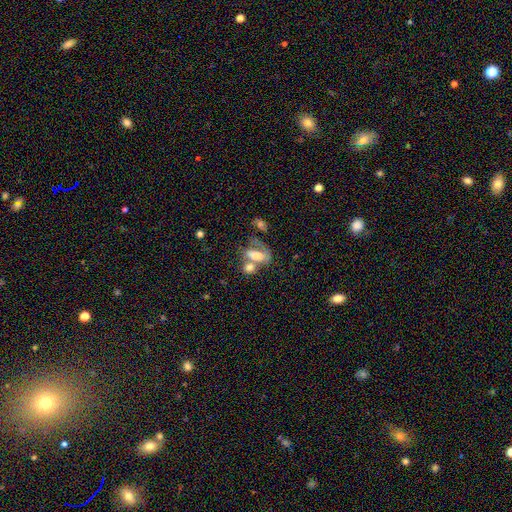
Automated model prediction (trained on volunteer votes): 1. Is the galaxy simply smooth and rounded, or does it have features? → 59% smooth, 29% featured or disk, 11% star or artifact.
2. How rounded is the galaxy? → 82% in between, 12% round, 7% cigar-shaped.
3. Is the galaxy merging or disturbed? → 52% merger, 21% none, 17% major disturbance, 11% minor disturbance.